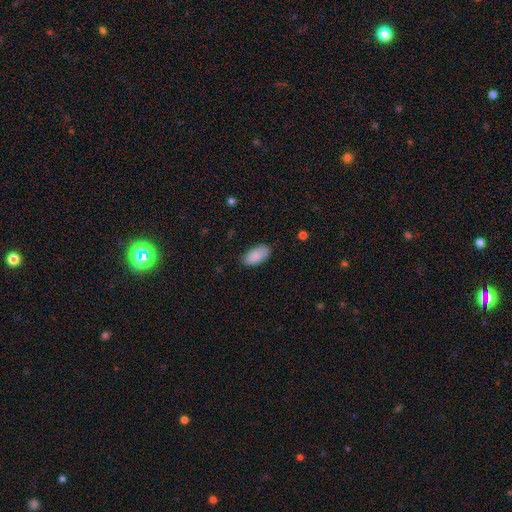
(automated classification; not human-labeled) This is clearly a smooth galaxy (86%). How rounded: clearly in between (95%). Merging: clearly none (81%).